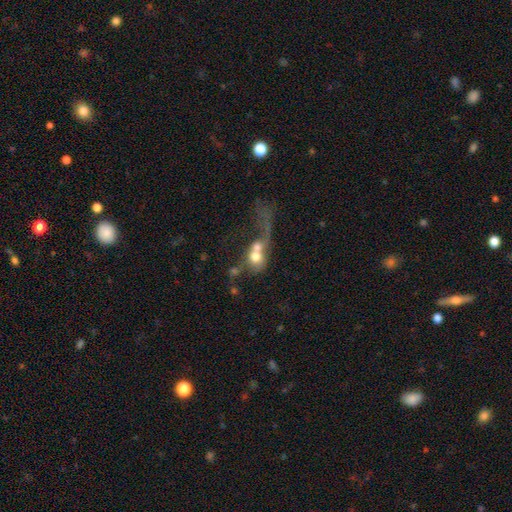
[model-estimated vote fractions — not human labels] A smooth galaxy with no disk features (58%) that is round (62%). Merging: merger (68%).